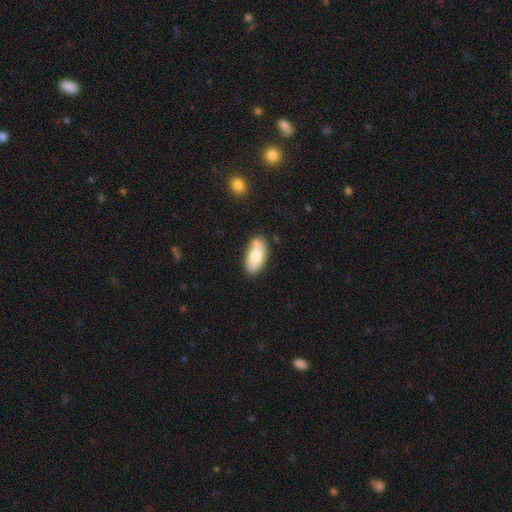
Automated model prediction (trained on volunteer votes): Q: Smooth or featured?
A: smooth (74%); runner-up: featured or disk (20%)
Q: How rounded?
A: in between (91%); runner-up: cigar-shaped (6%)
Q: Merging?
A: none (71%); runner-up: minor disturbance (18%)